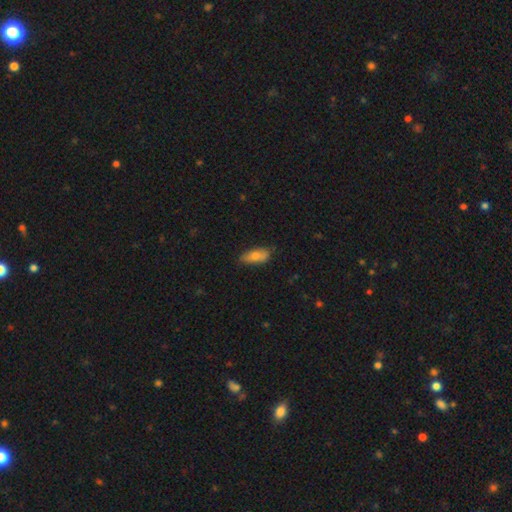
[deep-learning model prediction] Morphology: type=smooth (70%); roundness=in between (79%); merging=none (72%).